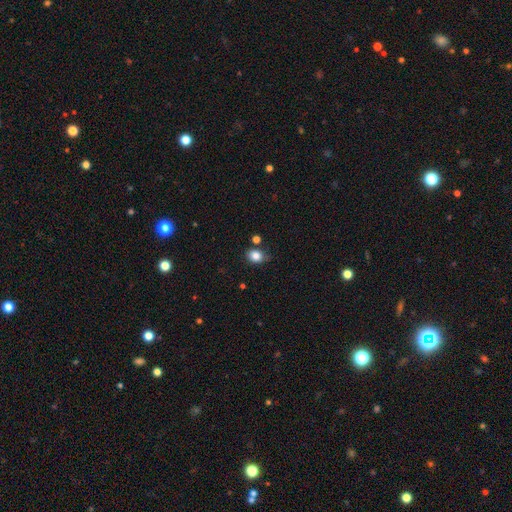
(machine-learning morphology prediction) Smooth or featured? smooth (83%)
How rounded? round (51%)
Merging? none (71%)